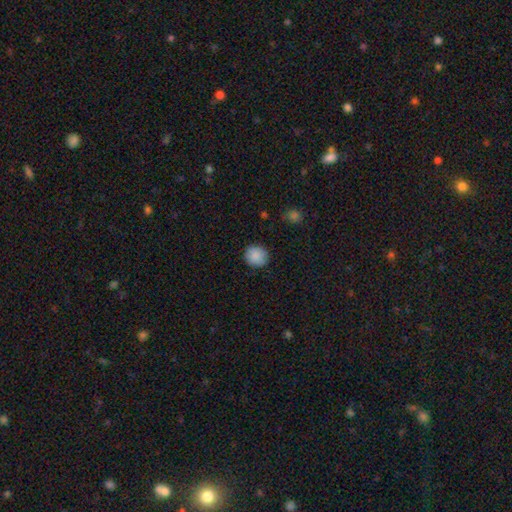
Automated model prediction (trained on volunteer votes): A smooth galaxy with no disk features (88%) that is round (86%).

Vote fractions:
- Smooth or featured? smooth: 88% / star or artifact: 8% / featured or disk: 4%
- How rounded? round: 86% / in between: 13% / cigar-shaped: 1%
- Merging? none: 87% / minor disturbance: 10% / major disturbance: 2% / merger: 1%